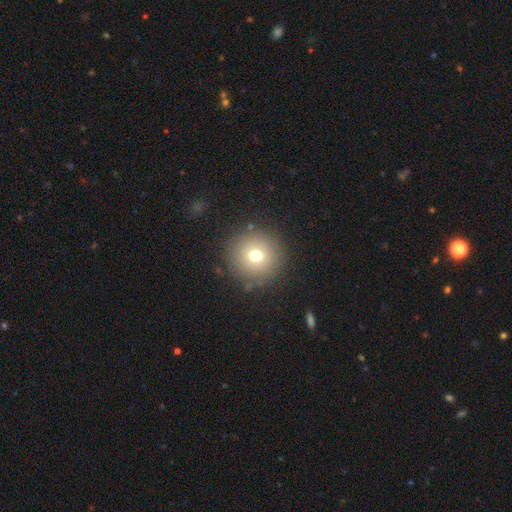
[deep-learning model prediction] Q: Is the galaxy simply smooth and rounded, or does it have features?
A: smooth — 71%.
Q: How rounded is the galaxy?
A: round — 95%.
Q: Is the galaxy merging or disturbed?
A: none — 87%.